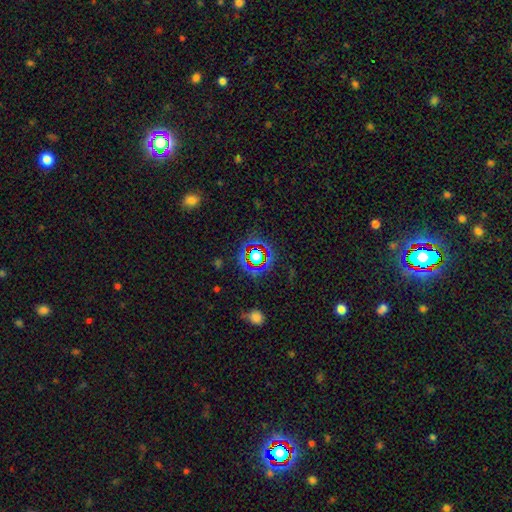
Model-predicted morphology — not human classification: Overall: star or artifact (65%).